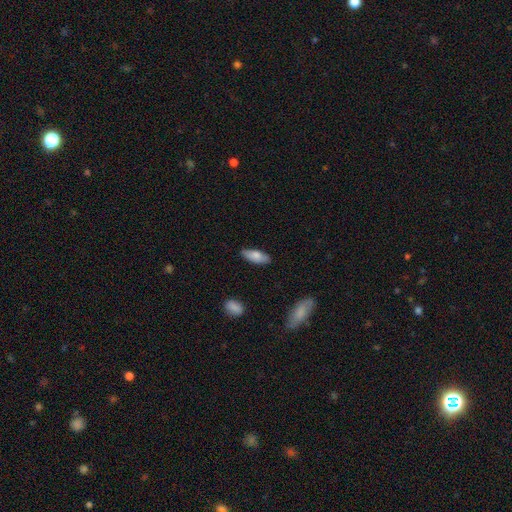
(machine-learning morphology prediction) The model was most divided on "how rounded": in between: 73%, cigar-shaped: 25%, round: 2%. More confident: merging — none (83%); smooth or featured — smooth (75%).